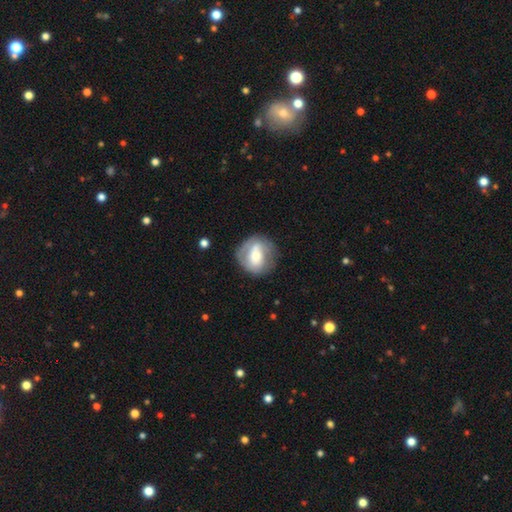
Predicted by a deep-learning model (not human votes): featured or disk 51%, smooth 42%, star or artifact 7%. Down the decision tree: edge-on disk — no (94%); merging — none (73%).